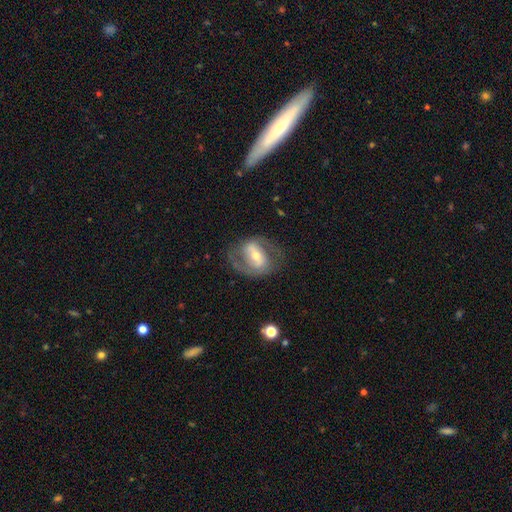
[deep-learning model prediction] A featured or disk galaxy (81%) with a strong bar (46%), 2 (86%) medium (53%) spiral arms (86%) and a moderate central bulge (52%).

Vote fractions:
- Smooth or featured? featured or disk: 81% / smooth: 14% / star or artifact: 6%
- Edge-on disk? no: 96% / yes: 4%
- Bar? strong: 46% / weak: 35% / no: 19%
- Spiral arms? yes: 86% / no: 14%
- Spiral winding? medium: 53% / tight: 25% / loose: 22%
- Spiral arm count? 2: 86% / can't tell: 7% / 1: 4% / 3: 1% / 4: 1% / more than 4: 1%
- Bulge size? moderate: 52% / small: 41% / large: 5% / none: 1% / dominant: 1%
- Merging? none: 73% / minor disturbance: 14% / major disturbance: 11% / merger: 1%